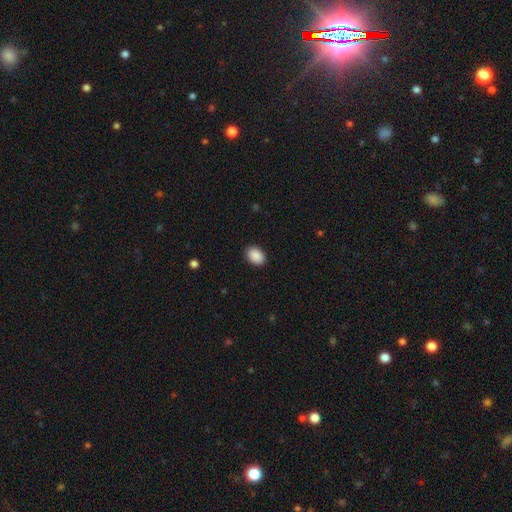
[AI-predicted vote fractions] smooth-or-featured: smooth: 90% | star or artifact: 7% | featured or disk: 3%
  how-rounded: in between: 79% | round: 20% | cigar-shaped: 1%
  merging: none: 89% | minor disturbance: 8% | major disturbance: 2% | merger: 1%